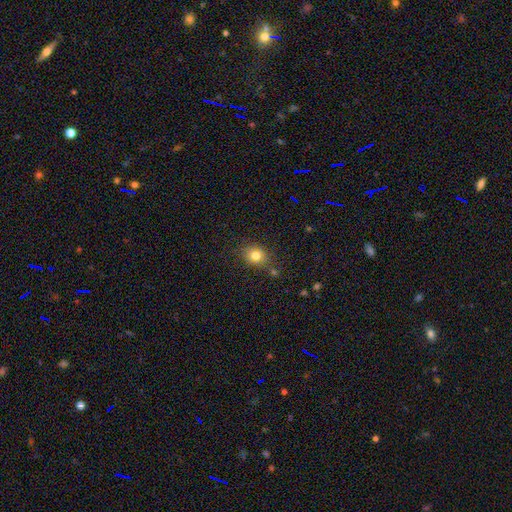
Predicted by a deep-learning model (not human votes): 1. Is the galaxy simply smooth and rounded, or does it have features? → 80% smooth, 12% star or artifact, 8% featured or disk.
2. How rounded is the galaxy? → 62% round, 37% in between, 1% cigar-shaped.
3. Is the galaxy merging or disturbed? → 78% none, 14% minor disturbance, 4% merger, 3% major disturbance.